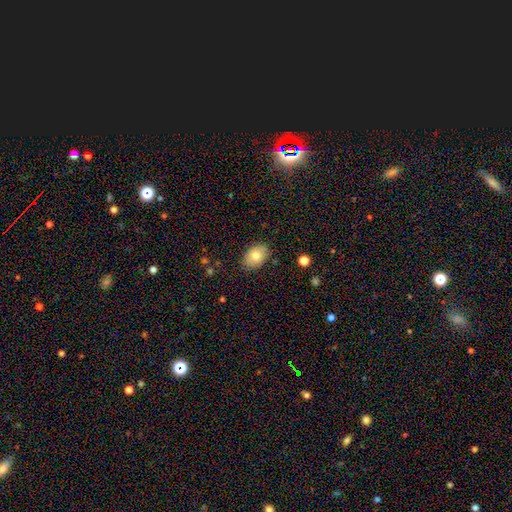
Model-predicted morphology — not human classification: smooth 78%, featured or disk 14%, star or artifact 8%. Down the decision tree: how rounded — in between (81%); merging — none (85%).